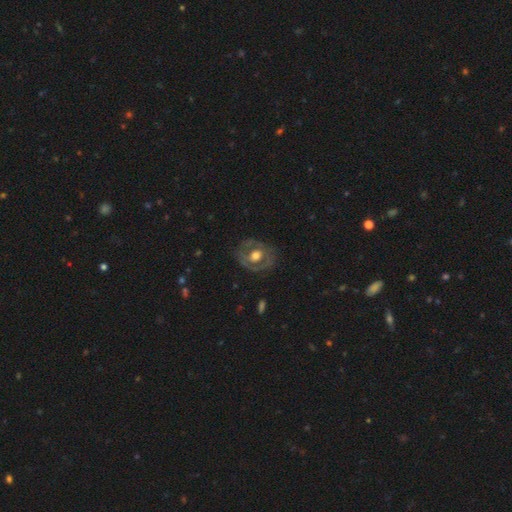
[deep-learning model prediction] This appears to be a featured or disk galaxy (62%) with no bar (75%), no spiral arms (71%) and a moderate central bulge (58%). Merging: none (72%).